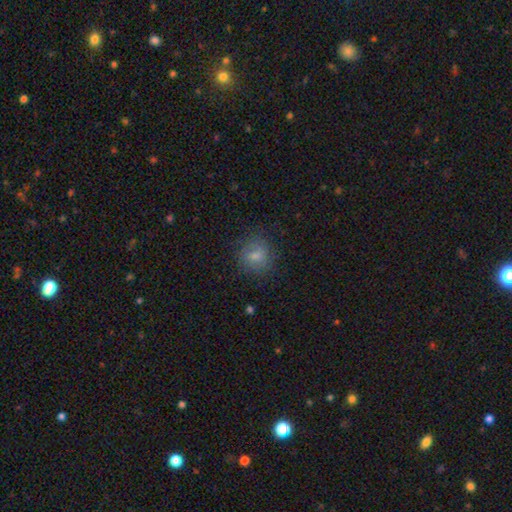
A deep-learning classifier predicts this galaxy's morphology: This is likely a smooth galaxy (69%). How rounded: clearly round (81%). Merging: clearly none (82%).